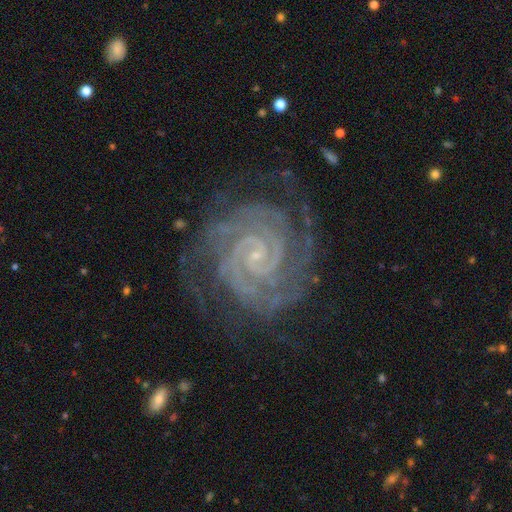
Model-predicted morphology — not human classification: Smooth or featured? featured or disk (92%)
Edge-on disk? no (98%)
Bar? no (48%)
Spiral arms? yes (99%)
Spiral winding? tight (84%)
Spiral arm count? 2 (62%)
Bulge size? small (84%)
Merging? none (79%)